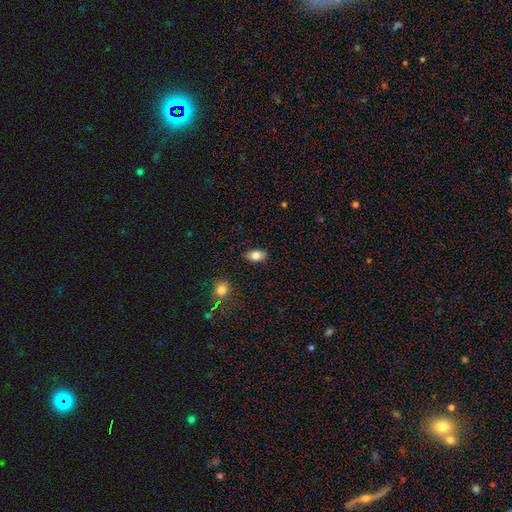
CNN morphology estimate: smooth 80%, featured or disk 12%, star or artifact 8%. Down the decision tree: how rounded — in between (89%); merging — none (87%).